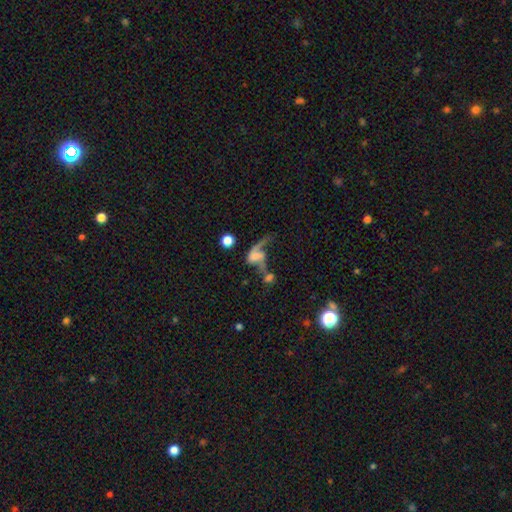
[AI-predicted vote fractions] Overall: featured or disk (51%; smooth 35%). Edge-on disk: no (94%). Merging: major disturbance (36%; merger 35%).